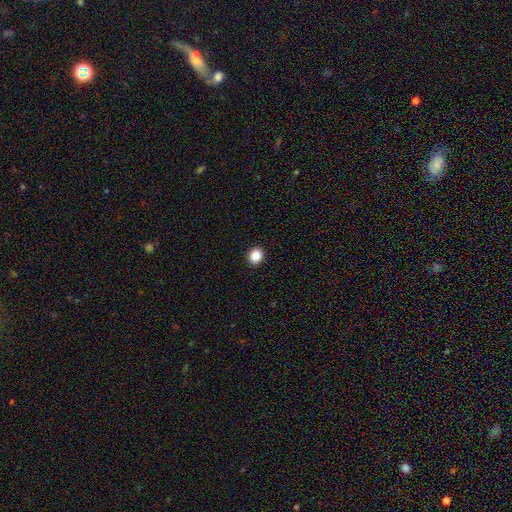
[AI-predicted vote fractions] smooth-or-featured: smooth: 87% | star or artifact: 10% | featured or disk: 3%
  how-rounded: round: 74% | in between: 25% | cigar-shaped: 1%
  merging: none: 93% | minor disturbance: 5% | major disturbance: 2% | merger: 1%